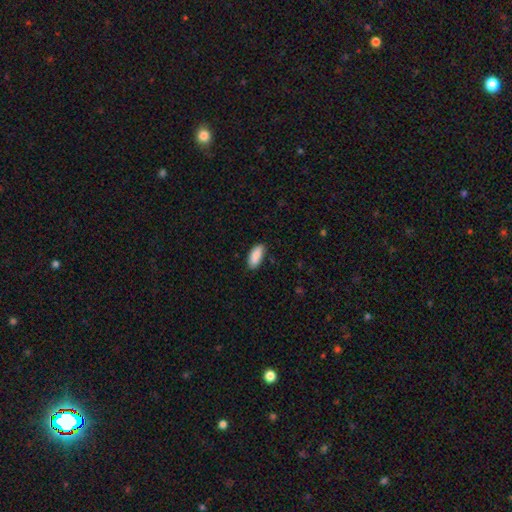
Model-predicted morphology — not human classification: Smooth or featured? smooth (90%)
How rounded? in between (85%)
Merging? none (84%)